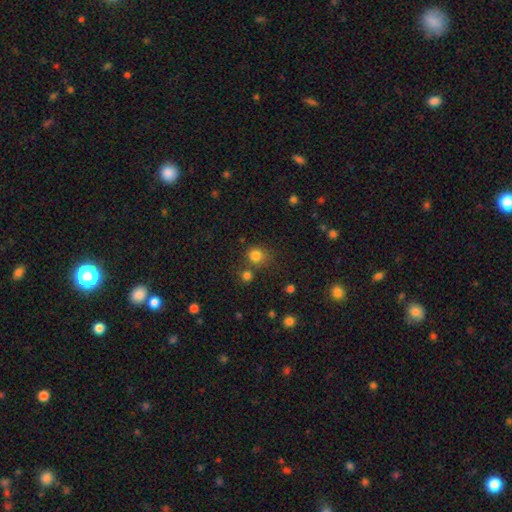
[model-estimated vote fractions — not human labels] A smooth galaxy with no disk features (80%) that is round (86%). Merging: none (66%).